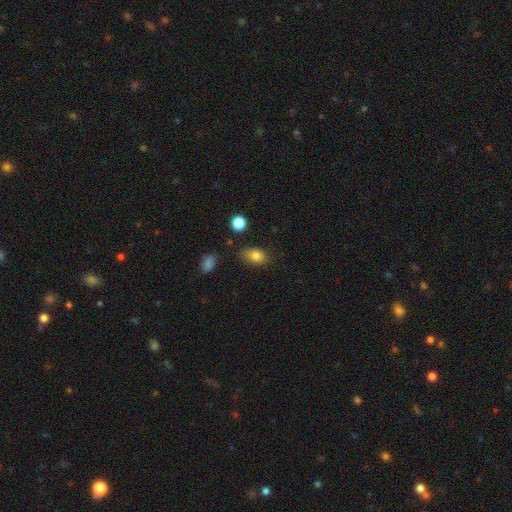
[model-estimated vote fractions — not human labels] Smooth or featured?
  - smooth: 82% *
  - star or artifact: 10%
  - featured or disk: 8%
How rounded?
  - in between: 80% *
  - round: 19%
  - cigar-shaped: 2%
Merging?
  - none: 75% *
  - minor disturbance: 18%
  - major disturbance: 4%
  - merger: 3%